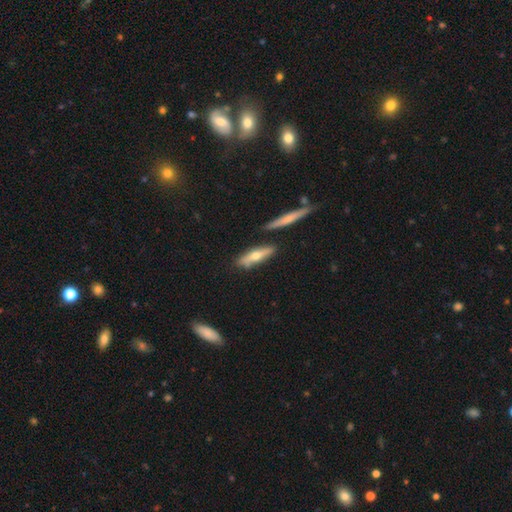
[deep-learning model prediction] Overall: smooth (47%; featured or disk 46%). Merging: none (76%).